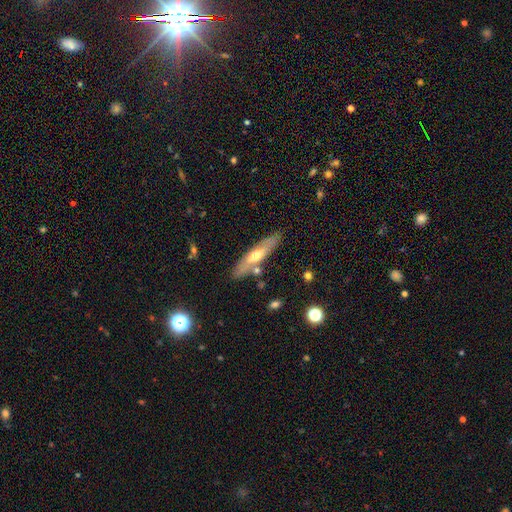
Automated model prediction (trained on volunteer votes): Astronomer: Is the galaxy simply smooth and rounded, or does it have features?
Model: featured or disk — 53% (runner-up: smooth, 41%).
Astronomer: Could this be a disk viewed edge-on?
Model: yes — 65%.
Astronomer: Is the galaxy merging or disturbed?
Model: none — 77%.